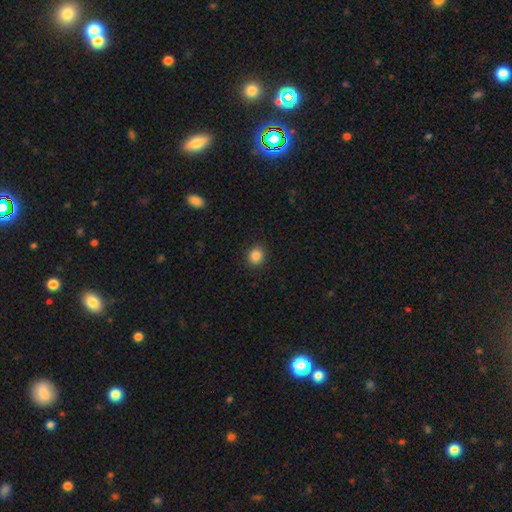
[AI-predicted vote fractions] Smooth or featured?
  - smooth: 86% *
  - star or artifact: 11%
  - featured or disk: 4%
How rounded?
  - round: 81% *
  - in between: 18%
  - cigar-shaped: 1%
Merging?
  - none: 90% *
  - minor disturbance: 7%
  - major disturbance: 2%
  - merger: 1%